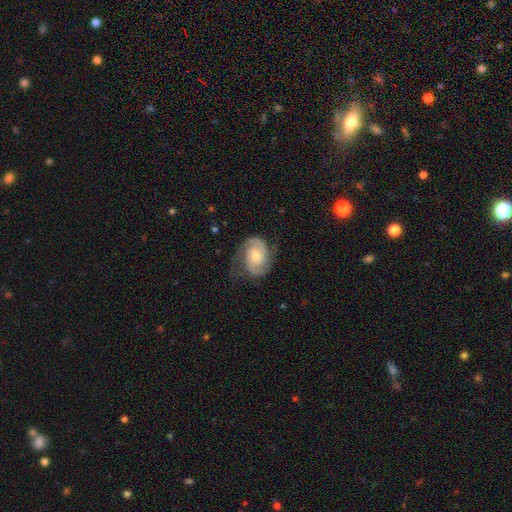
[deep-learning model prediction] Smooth or featured: featured or disk — 77% (smooth — 17%)
Edge-on disk: no — 97% (yes — 3%)
Bar: no — 64% (weak — 31%)
Spiral arms: yes — 95% (no — 5%)
Spiral winding: medium — 46% (tight — 37%)
Spiral arm count: 2 — 85% (can't tell — 7%)
Bulge size: moderate — 53% (small — 35%)
Merging: none — 64% (minor disturbance — 23%)